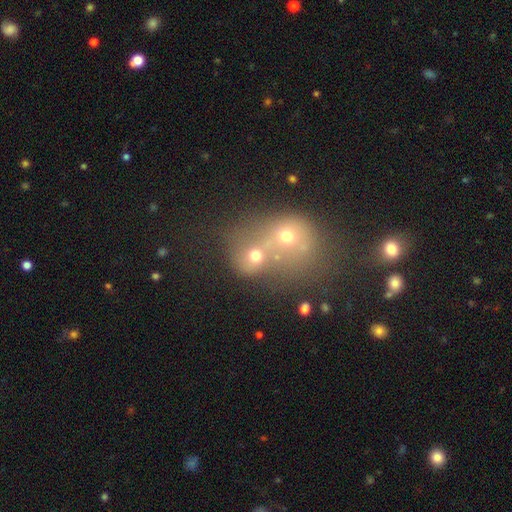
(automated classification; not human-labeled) A smooth galaxy with no disk features (63%) that is round (70%).

Vote fractions:
- Smooth or featured? smooth: 63% / featured or disk: 19% / star or artifact: 19%
- How rounded? round: 70% / in between: 29% / cigar-shaped: 1%
- Merging? merger: 67% / none: 21% / major disturbance: 6% / minor disturbance: 6%